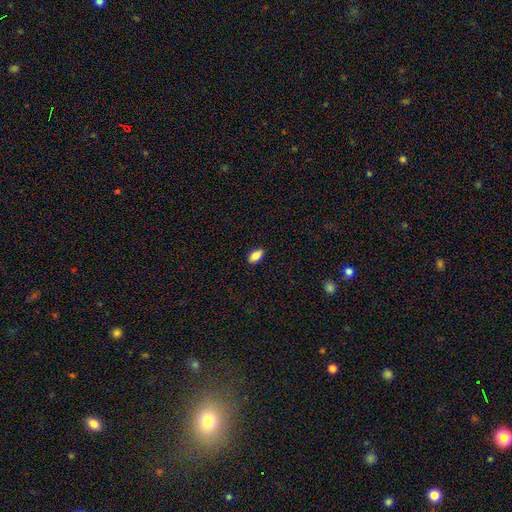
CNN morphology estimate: type=smooth (85%); roundness=in between (91%); merging=none (89%).